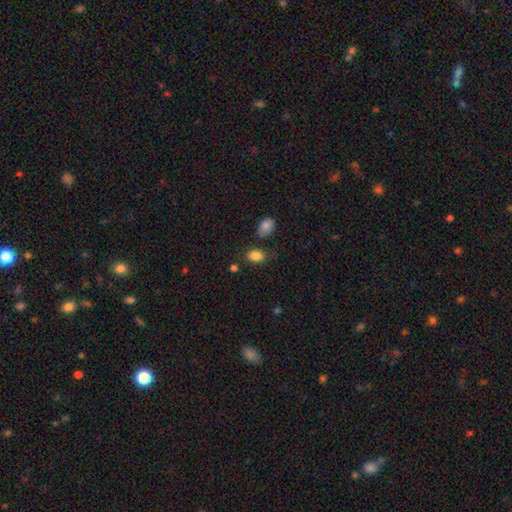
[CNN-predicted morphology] type=smooth (85%); roundness=in between (79%); merging=none (70%).